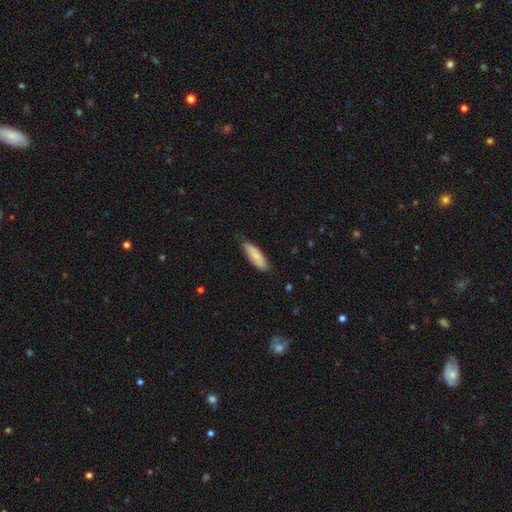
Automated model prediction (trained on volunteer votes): smooth 78%, featured or disk 17%, star or artifact 6%. Down the decision tree: how rounded — in between (59%); merging — none (72%).